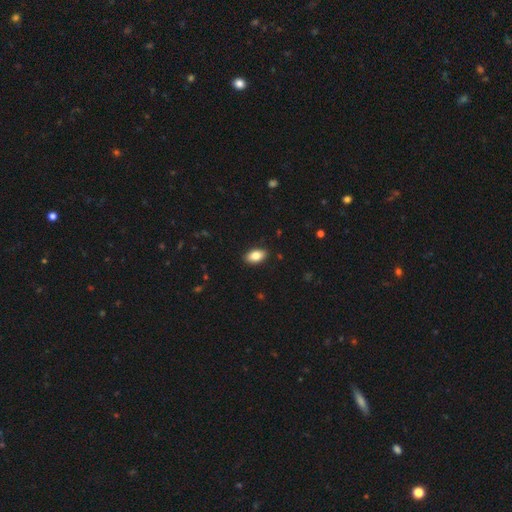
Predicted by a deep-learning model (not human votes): A smooth galaxy with no disk features (84%) that is in between round and cigar-shaped (93%).

Vote fractions:
- Smooth or featured? smooth: 84% / featured or disk: 8% / star or artifact: 7%
- How rounded? in between: 93% / round: 5% / cigar-shaped: 2%
- Merging? none: 89% / minor disturbance: 8% / major disturbance: 2% / merger: 1%